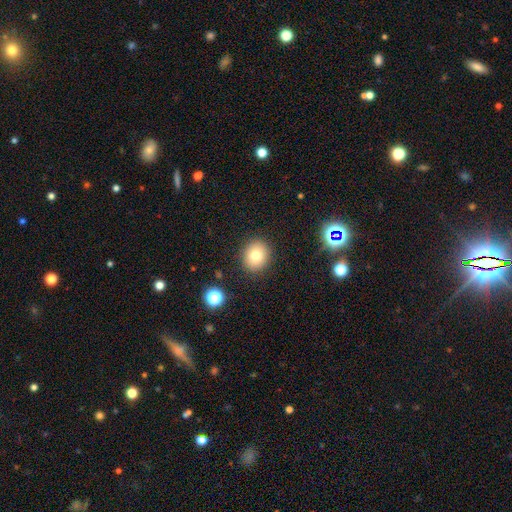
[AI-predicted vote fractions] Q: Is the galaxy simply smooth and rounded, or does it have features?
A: smooth — 76%.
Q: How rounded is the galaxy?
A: round — 75%.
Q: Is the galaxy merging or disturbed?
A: none — 89%.